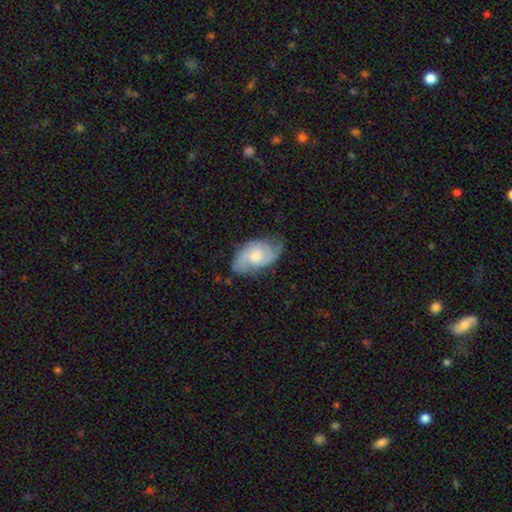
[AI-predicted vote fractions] Smooth or featured? featured or disk (67%)
Edge-on disk? no (96%)
Bar? no (65%)
Spiral arms? yes (91%)
Spiral winding? medium (47%)
Spiral arm count? 2 (66%)
Bulge size? moderate (53%)
Merging? none (63%)